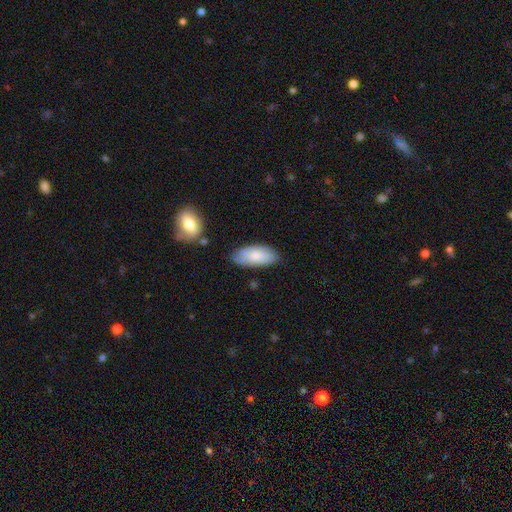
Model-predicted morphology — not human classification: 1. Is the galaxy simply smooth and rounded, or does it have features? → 76% smooth, 18% featured or disk, 6% star or artifact.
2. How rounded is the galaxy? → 89% in between, 9% cigar-shaped, 2% round.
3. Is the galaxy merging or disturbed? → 73% none, 20% minor disturbance, 4% major disturbance, 3% merger.